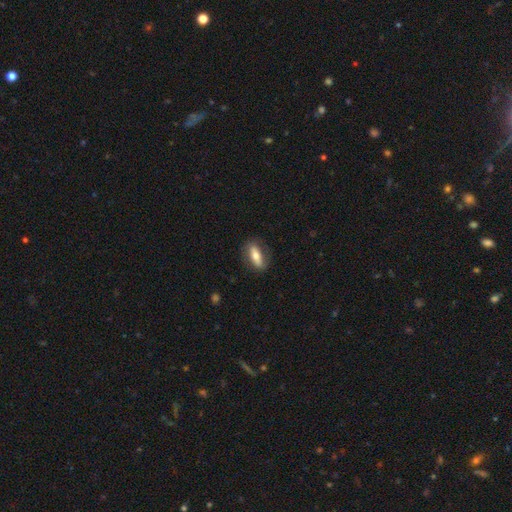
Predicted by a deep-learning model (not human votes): The model was most divided on "smooth or featured": smooth: 56%, featured or disk: 38%, star or artifact: 6%. More confident: merging — none (80%); how rounded — in between (67%).